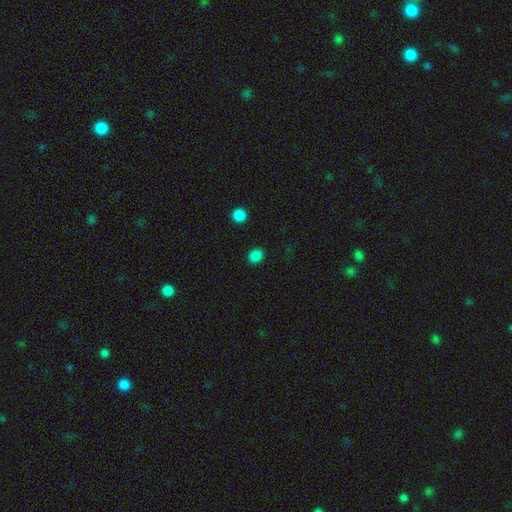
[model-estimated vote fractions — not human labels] The model was most divided on "how rounded": round: 66%, in between: 33%, cigar-shaped: 1%. More confident: merging — none (90%); smooth or featured — smooth (84%).